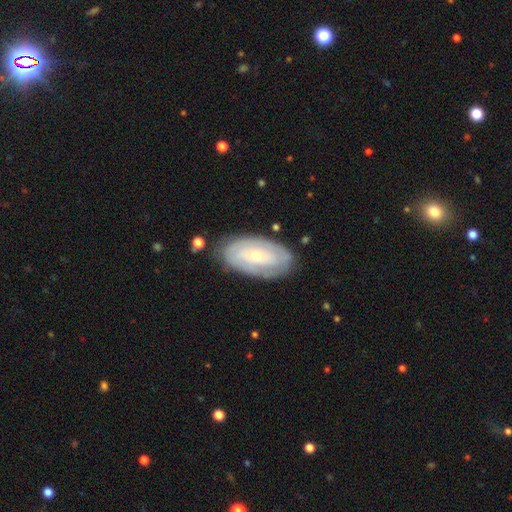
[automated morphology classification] A featured or disk galaxy (65%) with no bar (71%), spiral arms (66%) and a small central bulge (69%). Merging: none (78%).